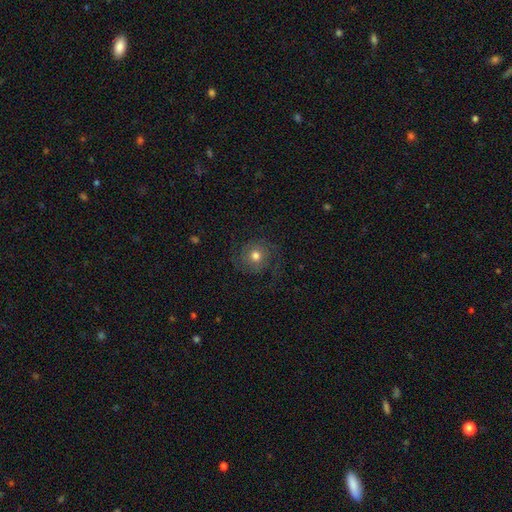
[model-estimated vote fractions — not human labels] Smooth or featured? featured or disk (48%)
Merging? none (71%)